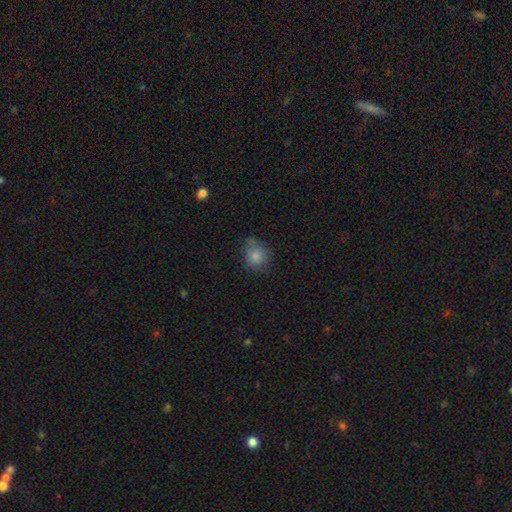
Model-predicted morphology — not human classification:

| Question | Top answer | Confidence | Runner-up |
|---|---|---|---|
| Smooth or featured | smooth | 82% | star or artifact (10%) |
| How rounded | round | 67% | in between (32%) |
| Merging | none | 60% | minor disturbance (29%) |